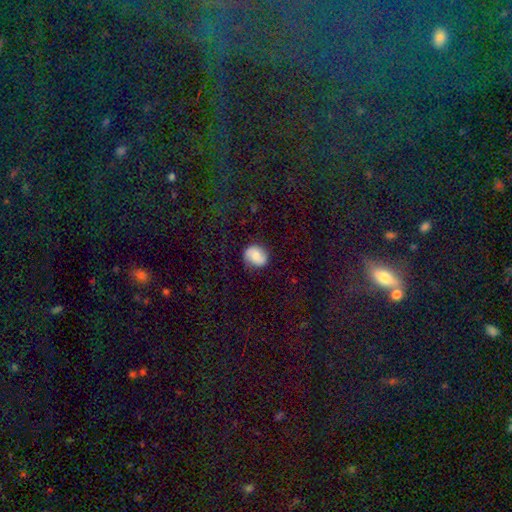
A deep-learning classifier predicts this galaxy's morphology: A smooth galaxy with no disk features (58%) that is round (65%).

Vote fractions:
- Smooth or featured? smooth: 58% / featured or disk: 33% / star or artifact: 9%
- How rounded? round: 65% / in between: 34% / cigar-shaped: 1%
- Merging? none: 78% / minor disturbance: 16% / major disturbance: 5% / merger: 1%